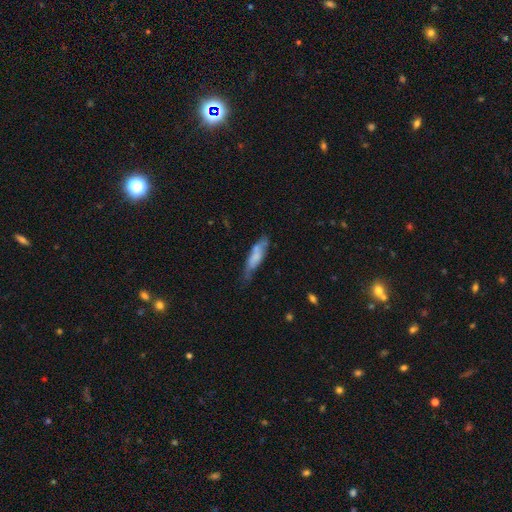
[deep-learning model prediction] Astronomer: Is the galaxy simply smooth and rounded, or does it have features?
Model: smooth — 61%.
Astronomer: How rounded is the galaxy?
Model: cigar-shaped — 66%.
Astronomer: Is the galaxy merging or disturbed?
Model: none — 48% (runner-up: minor disturbance, 33%).